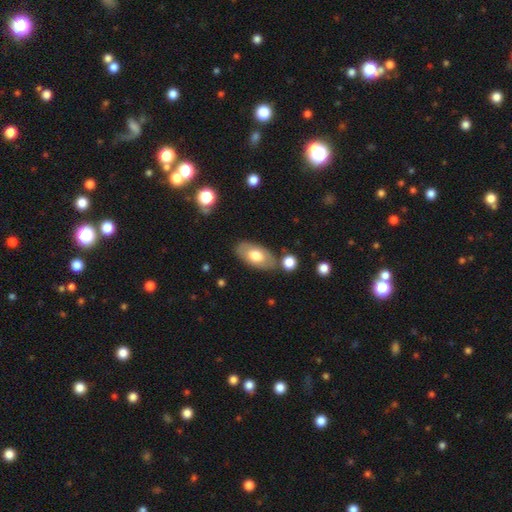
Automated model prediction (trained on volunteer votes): Smooth or featured: smooth — 66% (featured or disk — 28%)
How rounded: in between — 93% (round — 4%)
Merging: none — 77% (minor disturbance — 13%)